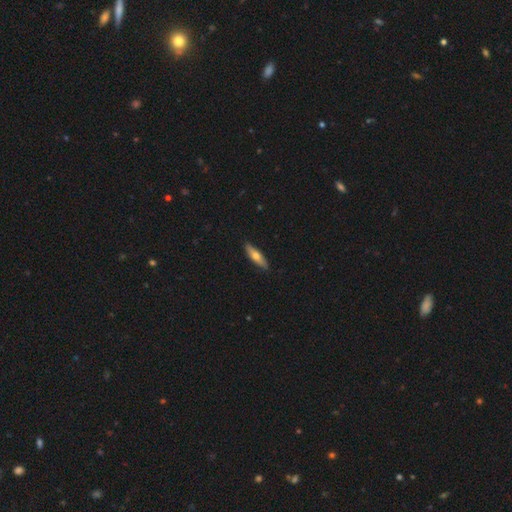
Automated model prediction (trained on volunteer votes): smooth-or-featured: smooth: 56% | featured or disk: 39% | star or artifact: 5%
  how-rounded: cigar-shaped: 68% | in between: 30% | round: 2%
  merging: none: 89% | minor disturbance: 9% | major disturbance: 1% | merger: 1%